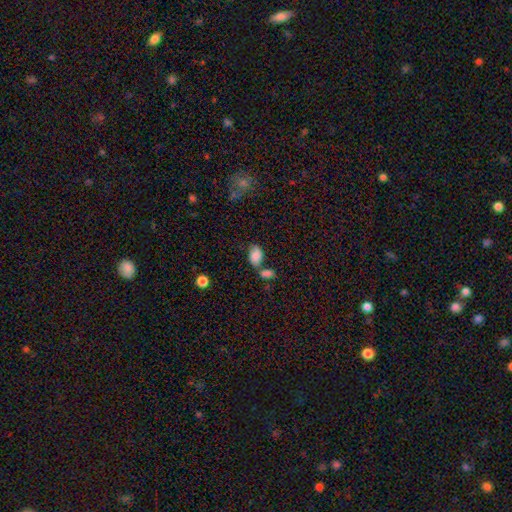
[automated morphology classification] This is clearly a smooth galaxy (82%). How rounded: clearly in between (89%). Merging: possibly none (47%).